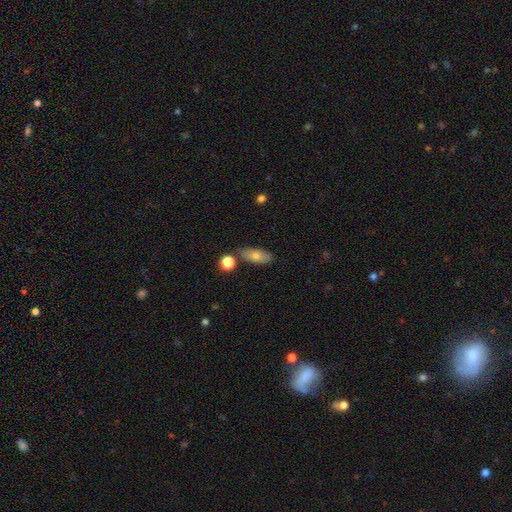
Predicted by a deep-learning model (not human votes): Smooth or featured? smooth (72%)
How rounded? in between (76%)
Merging? none (79%)